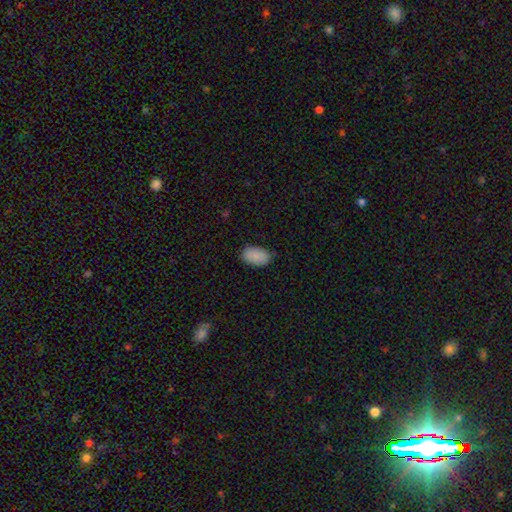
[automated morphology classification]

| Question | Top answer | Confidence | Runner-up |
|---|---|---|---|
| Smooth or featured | smooth | 89% | star or artifact (7%) |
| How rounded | in between | 93% | round (5%) |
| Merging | none | 82% | minor disturbance (14%) |